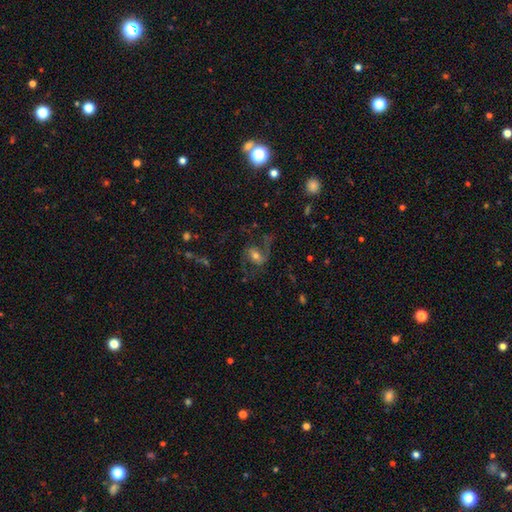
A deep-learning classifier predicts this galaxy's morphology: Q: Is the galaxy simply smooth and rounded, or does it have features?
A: featured or disk — 72%.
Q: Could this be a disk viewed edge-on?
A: no — 97%.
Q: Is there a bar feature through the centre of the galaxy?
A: weak — 43%.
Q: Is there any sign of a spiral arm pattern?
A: yes — 90%.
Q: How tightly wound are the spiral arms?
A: loose — 52%.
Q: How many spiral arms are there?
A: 2 — 81%.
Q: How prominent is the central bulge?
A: moderate — 60%.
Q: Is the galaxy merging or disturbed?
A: none — 56%.